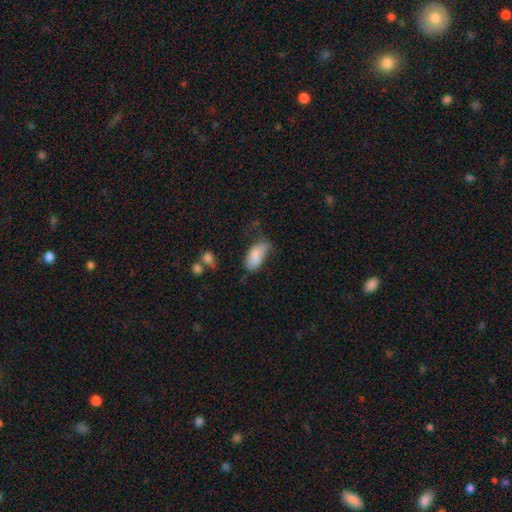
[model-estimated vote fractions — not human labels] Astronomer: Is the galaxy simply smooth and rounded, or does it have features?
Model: smooth — 81%.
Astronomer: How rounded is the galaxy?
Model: in between — 93%.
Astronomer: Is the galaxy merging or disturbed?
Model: minor disturbance — 38% (runner-up: none, 37%).